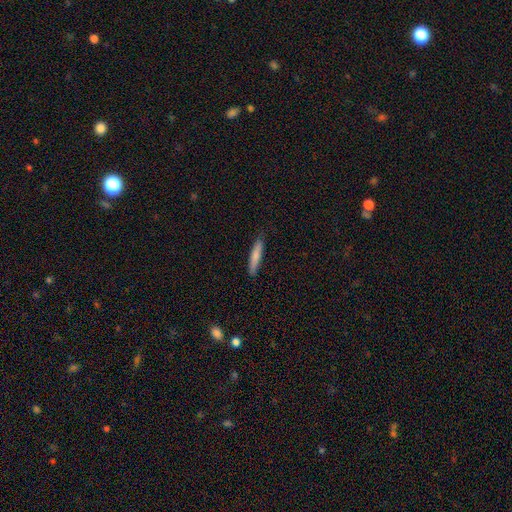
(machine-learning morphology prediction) A smooth galaxy with no disk features (76%) that is cigar-shaped (90%).

Vote fractions:
- Smooth or featured? smooth: 76% / featured or disk: 18% / star or artifact: 6%
- How rounded? cigar-shaped: 90% / in between: 9% / round: 1%
- Merging? none: 85% / minor disturbance: 12% / major disturbance: 2% / merger: 1%